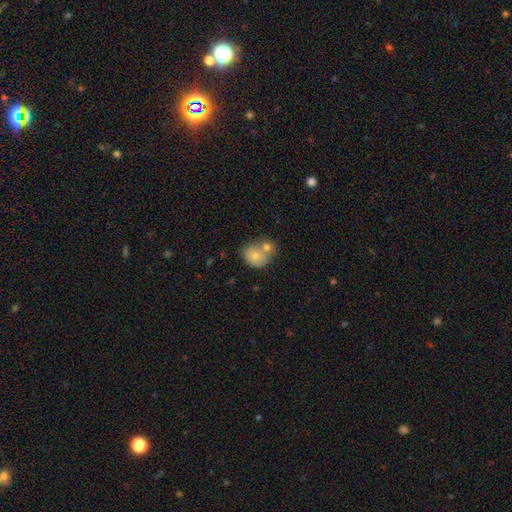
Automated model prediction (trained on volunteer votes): smooth-or-featured: smooth: 74% | featured or disk: 18% | star or artifact: 8%
  how-rounded: round: 69% | in between: 30% | cigar-shaped: 1%
  merging: merger: 54% | none: 31% | minor disturbance: 11% | major disturbance: 4%